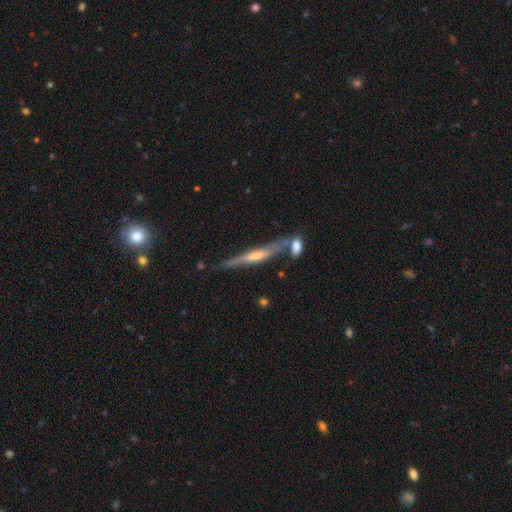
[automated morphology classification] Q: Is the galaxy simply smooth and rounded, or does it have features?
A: featured or disk — 81%.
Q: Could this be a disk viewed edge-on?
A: yes — 97%.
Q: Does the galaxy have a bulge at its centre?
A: rounded — 79%.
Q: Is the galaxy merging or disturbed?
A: none — 74%.